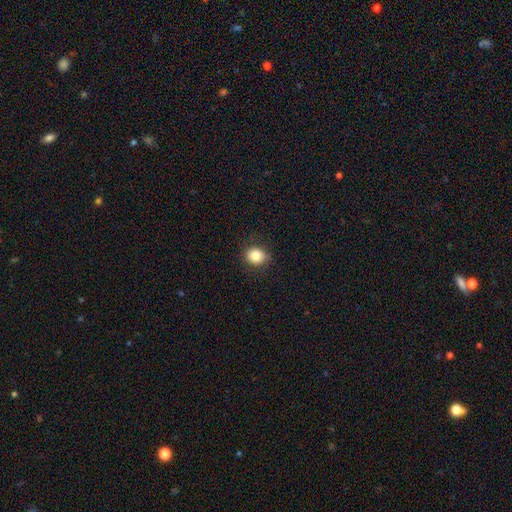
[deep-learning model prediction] The model was most divided on "how rounded": round: 73%, in between: 26%, cigar-shaped: 1%. More confident: merging — none (85%); smooth or featured — smooth (82%).